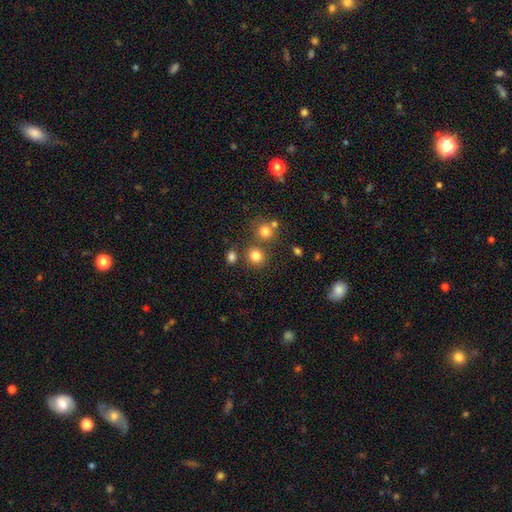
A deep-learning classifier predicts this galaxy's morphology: Smooth or featured?
  - smooth: 79% *
  - star or artifact: 14%
  - featured or disk: 6%
How rounded?
  - round: 87% *
  - in between: 12%
  - cigar-shaped: 1%
Merging?
  - none: 73% *
  - merger: 15%
  - minor disturbance: 9%
  - major disturbance: 4%